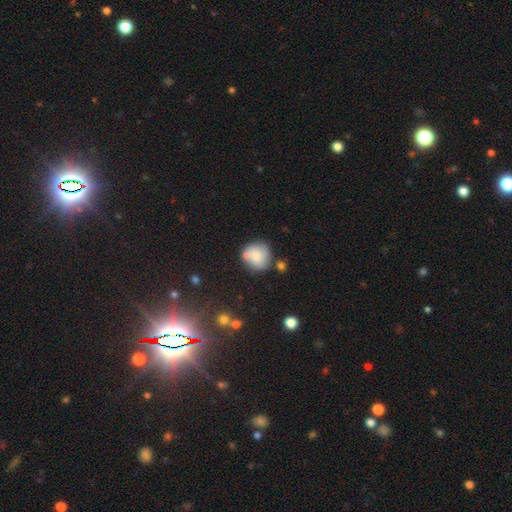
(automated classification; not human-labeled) Smooth or featured? smooth (70%)
How rounded? round (82%)
Merging? none (57%)